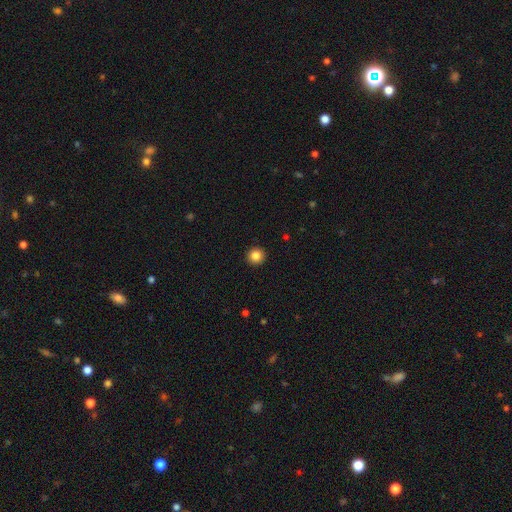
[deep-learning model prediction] This appears to be a smooth galaxy with no disk features (85%) that is round (96%). Merging: none (94%).